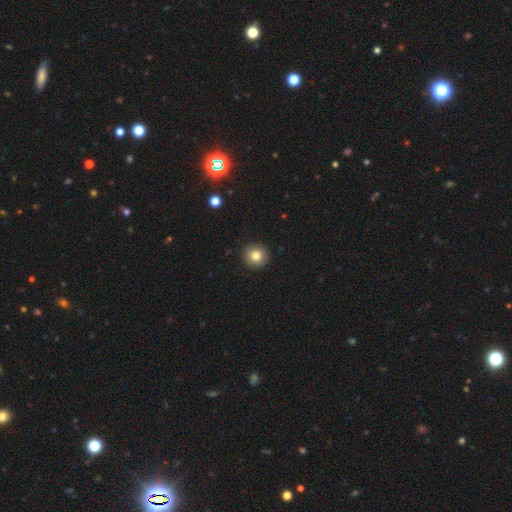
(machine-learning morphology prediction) A smooth galaxy with no disk features (81%) that is round (94%). Merging: none (92%).